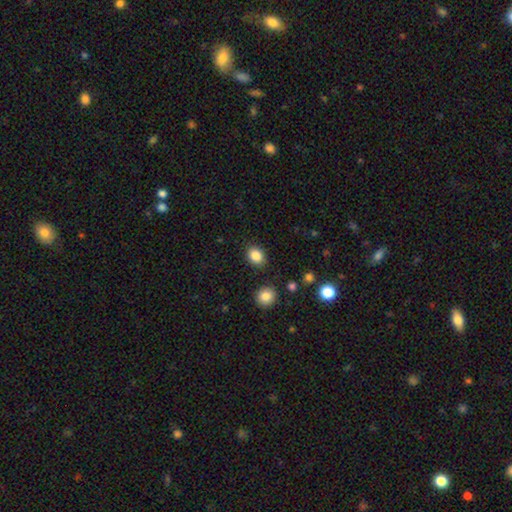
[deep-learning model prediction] Smooth or featured?
  - smooth: 85% *
  - star or artifact: 10%
  - featured or disk: 5%
How rounded?
  - in between: 58% *
  - round: 41%
  - cigar-shaped: 1%
Merging?
  - none: 86% *
  - minor disturbance: 9%
  - merger: 3%
  - major disturbance: 3%